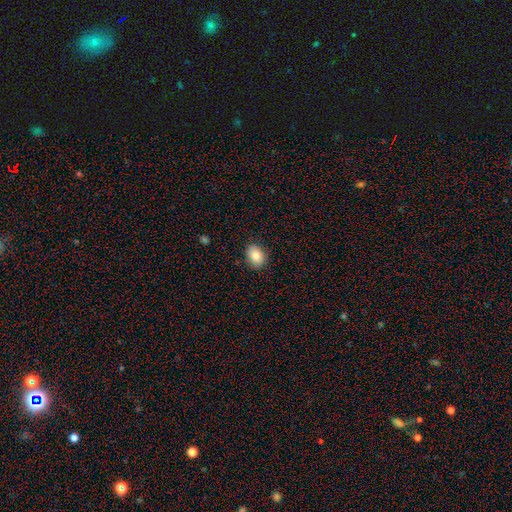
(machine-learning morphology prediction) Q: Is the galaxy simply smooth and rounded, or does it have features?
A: smooth — 85%.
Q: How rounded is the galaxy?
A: in between — 70%.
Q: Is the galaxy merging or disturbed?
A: none — 85%.